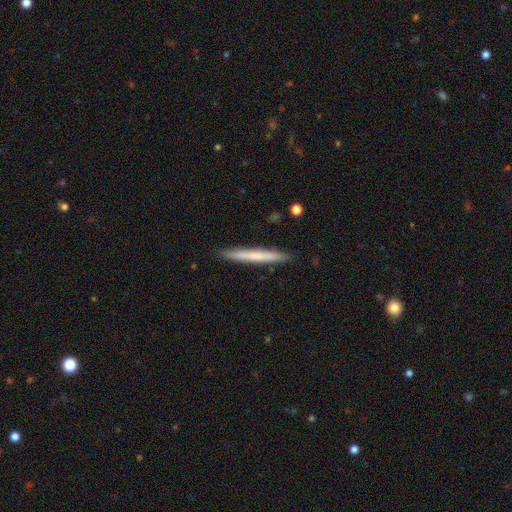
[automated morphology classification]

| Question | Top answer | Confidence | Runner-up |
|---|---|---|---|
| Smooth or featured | smooth | 63% | featured or disk (32%) |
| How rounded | cigar-shaped | 97% | in between (2%) |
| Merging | none | 91% | minor disturbance (6%) |